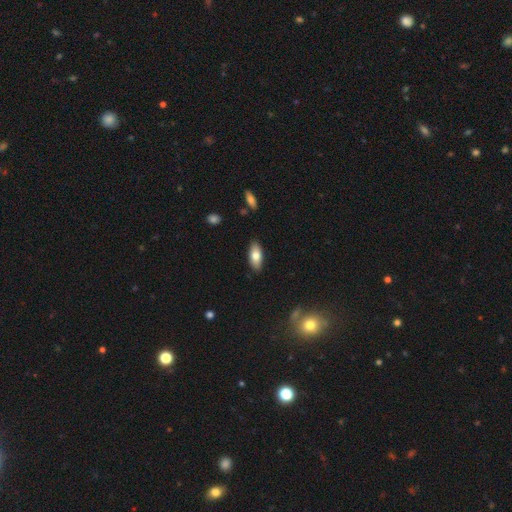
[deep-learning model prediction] Overall: smooth (76%). How rounded: in between (85%). Merging: none (87%).